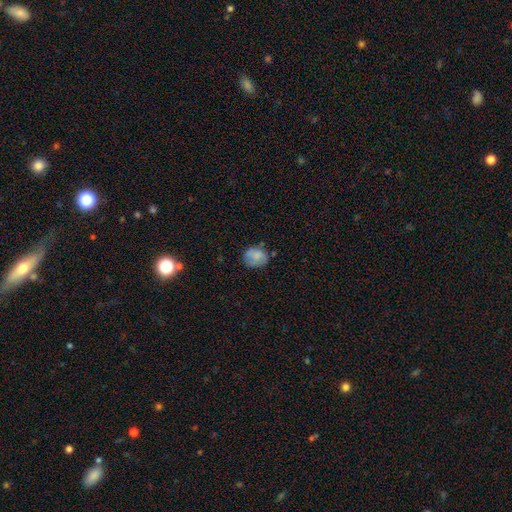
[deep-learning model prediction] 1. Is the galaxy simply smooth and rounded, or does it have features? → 79% smooth, 12% featured or disk, 9% star or artifact.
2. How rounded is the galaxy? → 67% round, 32% in between, 1% cigar-shaped.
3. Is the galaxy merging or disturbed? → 65% none, 24% minor disturbance, 7% major disturbance, 3% merger.